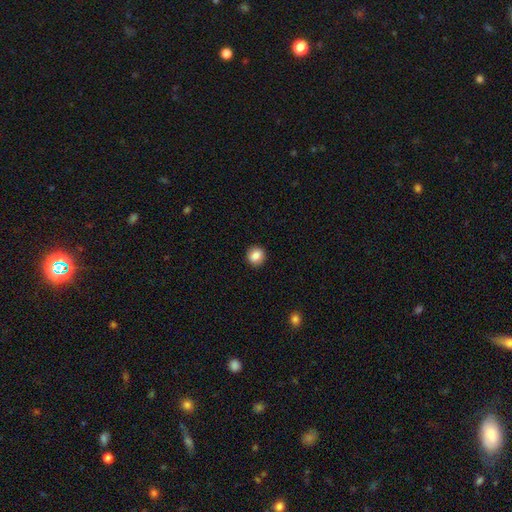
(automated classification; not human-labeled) Overall: smooth (87%). How rounded: round (87%). Merging: none (92%).